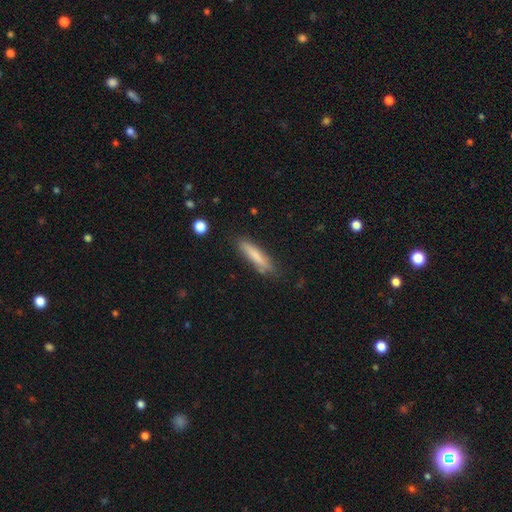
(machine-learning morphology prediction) smooth 76%, featured or disk 17%, star or artifact 7%. Down the decision tree: how rounded — cigar-shaped (83%); merging — none (78%).